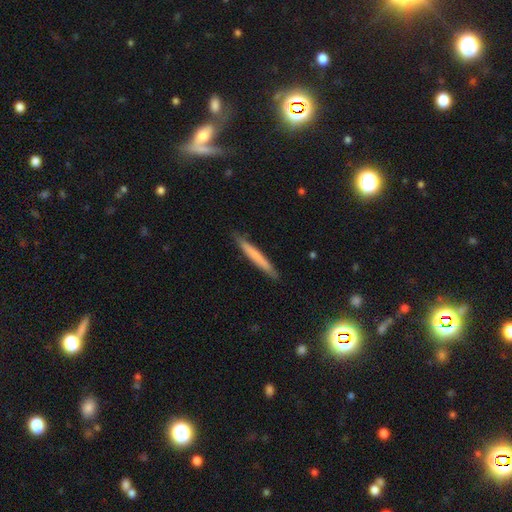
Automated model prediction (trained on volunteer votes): A smooth galaxy with no disk features (65%) that is cigar-shaped (96%). Merging: none (88%).